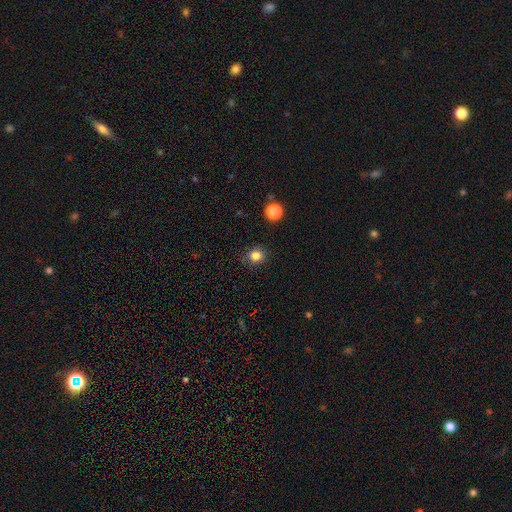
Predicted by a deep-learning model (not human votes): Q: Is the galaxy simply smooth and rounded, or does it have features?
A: smooth — 83%.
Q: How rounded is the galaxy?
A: round — 85%.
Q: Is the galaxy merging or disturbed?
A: none — 86%.